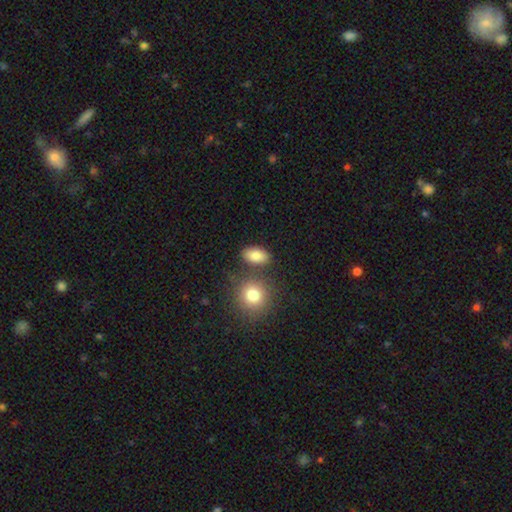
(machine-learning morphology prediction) This is clearly a smooth galaxy (83%). How rounded: clearly in between (86%). Merging: likely none (74%).